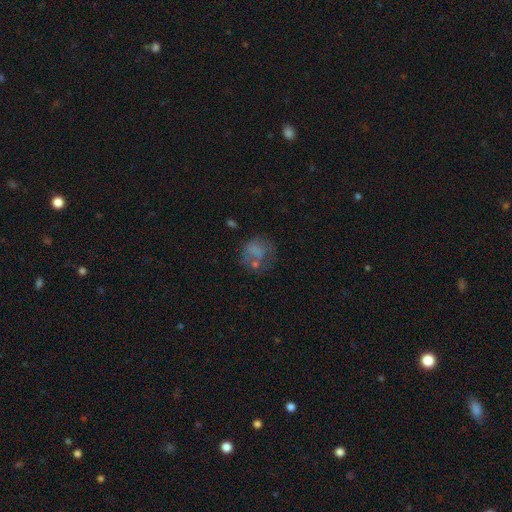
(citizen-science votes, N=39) Morphology: type=smooth (51%); roundness=round (75%); merging=none (51%).